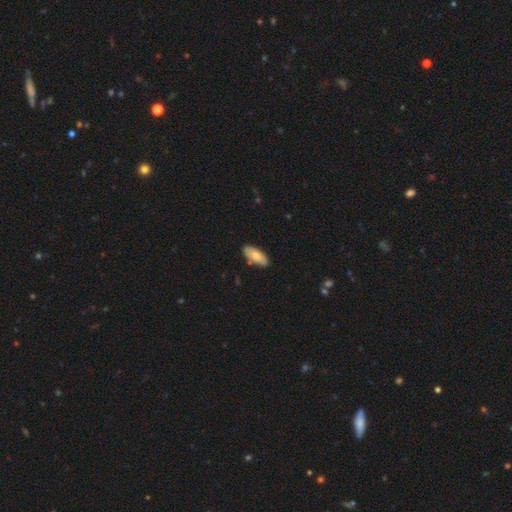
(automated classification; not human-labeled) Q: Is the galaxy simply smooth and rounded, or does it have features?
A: smooth — 75%.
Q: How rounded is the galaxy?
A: in between — 84%.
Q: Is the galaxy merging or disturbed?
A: none — 84%.